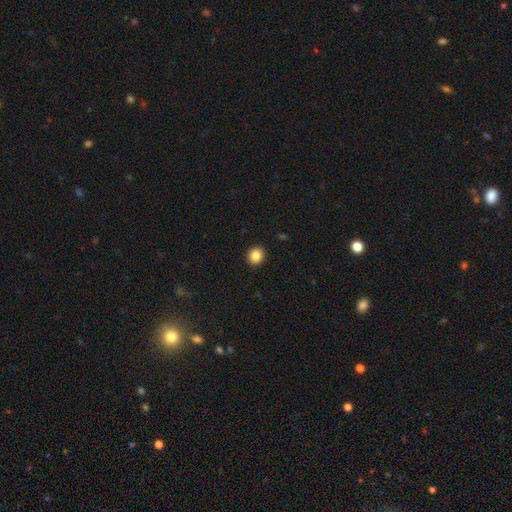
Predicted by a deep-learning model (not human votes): The model was most divided on "how rounded": round: 84%, in between: 15%, cigar-shaped: 1%. More confident: merging — none (93%); smooth or featured — smooth (87%).